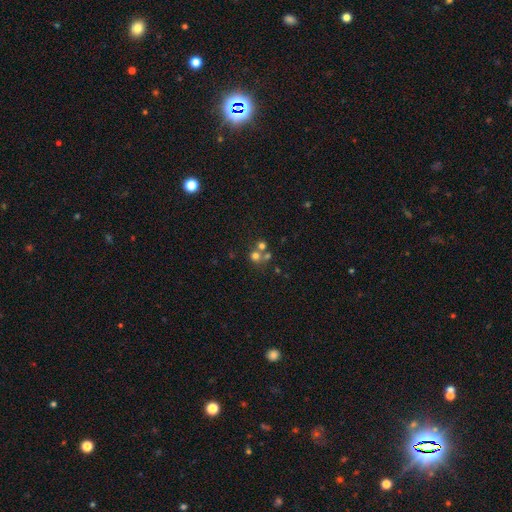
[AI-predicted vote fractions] The model was most divided on "merging": none: 46%, merger: 44%, minor disturbance: 6%, major disturbance: 4%. More confident: how rounded — round (87%); smooth or featured — smooth (65%).